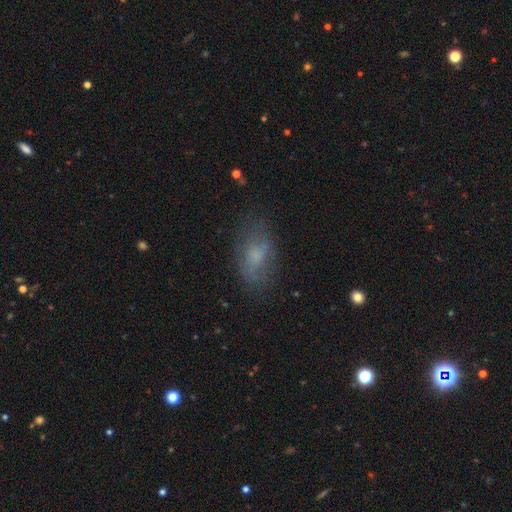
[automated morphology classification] This appears to be a smooth galaxy with no disk features (62%) that is in between round and cigar-shaped (88%). Merging: none (65%).